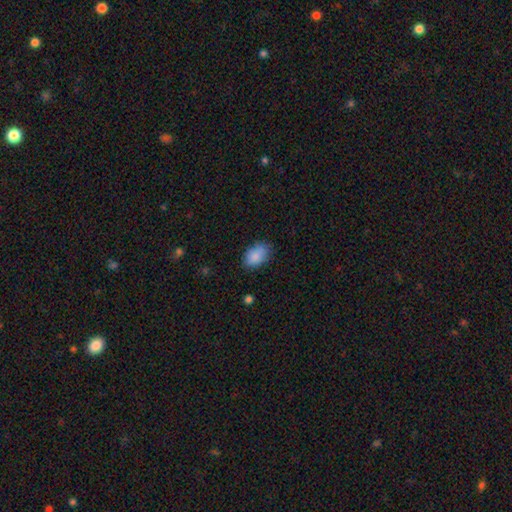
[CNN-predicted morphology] A smooth galaxy with no disk features (87%) that is in between round and cigar-shaped (87%). Merging: none (72%).